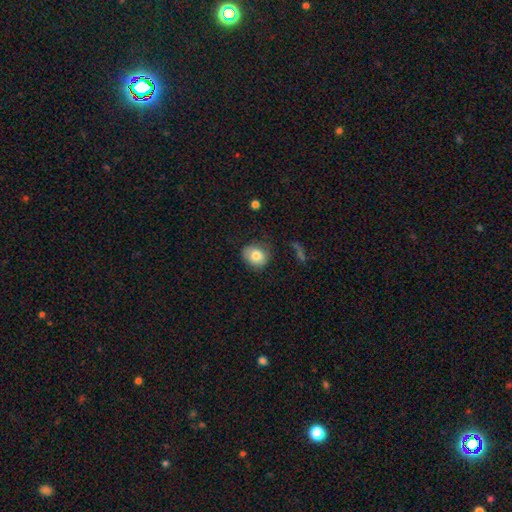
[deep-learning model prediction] Q: Smooth or featured?
A: smooth (79%); runner-up: featured or disk (13%)
Q: How rounded?
A: round (65%); runner-up: in between (34%)
Q: Merging?
A: none (71%); runner-up: minor disturbance (21%)